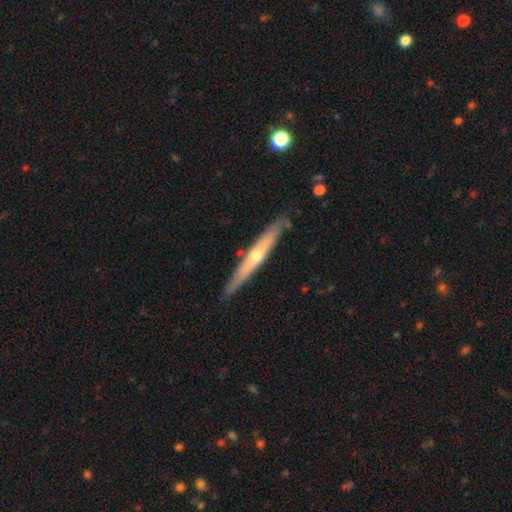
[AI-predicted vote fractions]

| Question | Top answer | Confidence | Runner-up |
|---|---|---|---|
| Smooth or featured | featured or disk | 62% | smooth (33%) |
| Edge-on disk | yes | 94% | no (6%) |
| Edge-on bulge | rounded | 76% | none (21%) |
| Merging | none | 86% | minor disturbance (10%) |